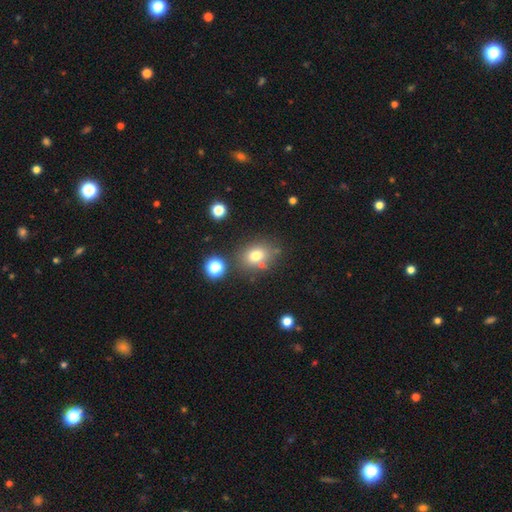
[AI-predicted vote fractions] Smooth or featured?
  - smooth: 73% *
  - star or artifact: 15%
  - featured or disk: 11%
How rounded?
  - in between: 50% *
  - round: 49%
  - cigar-shaped: 1%
Merging?
  - none: 71% *
  - minor disturbance: 13%
  - merger: 10%
  - major disturbance: 5%